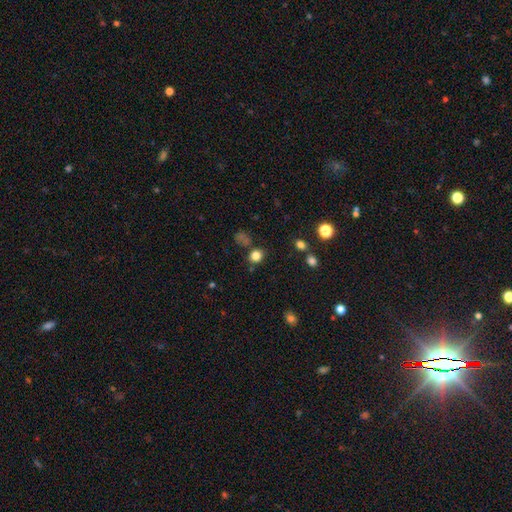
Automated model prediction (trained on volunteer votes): Smooth or featured? Predicted: smooth (p=0.80). How rounded? Predicted: round (p=0.76). Merging? Predicted: none (p=0.76).